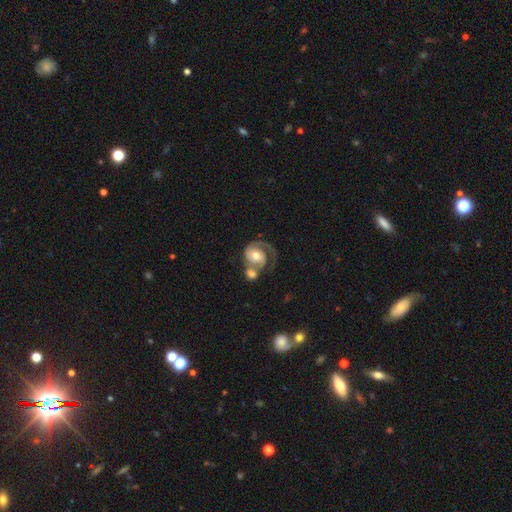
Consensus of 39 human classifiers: This is clearly a featured or disk galaxy (90%). It is clearly not viewed edge-on (97%). Bar: likely no (71%). Spiral arm pattern: clearly yes (97%). Spiral arm count: possibly 1 (58%). Spiral winding: marginally tight (42%, tied with medium). Central bulge: likely moderate (68%). Merging: marginally merger (43%).